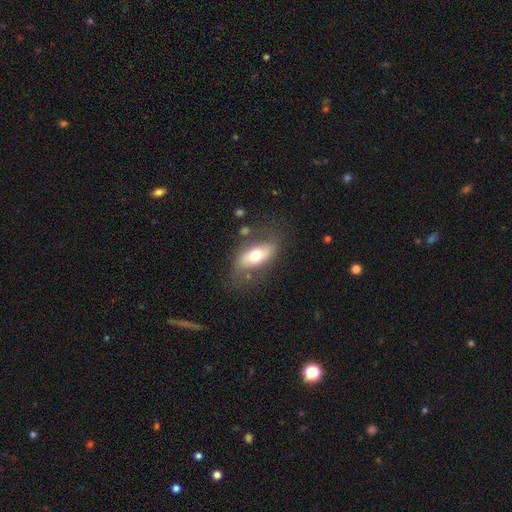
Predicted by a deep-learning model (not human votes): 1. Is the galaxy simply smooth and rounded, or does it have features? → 54% smooth, 40% featured or disk, 7% star or artifact.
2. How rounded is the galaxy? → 84% in between, 11% cigar-shaped, 5% round.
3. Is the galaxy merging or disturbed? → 65% none, 21% minor disturbance, 10% major disturbance, 4% merger.